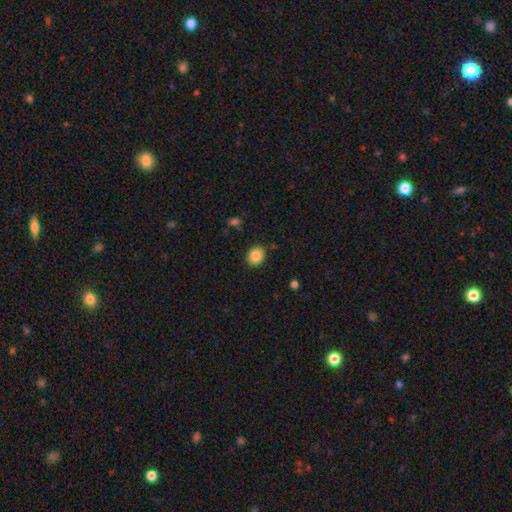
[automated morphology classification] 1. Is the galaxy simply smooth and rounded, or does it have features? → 87% smooth, 9% star or artifact, 5% featured or disk.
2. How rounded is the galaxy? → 66% round, 33% in between, 1% cigar-shaped.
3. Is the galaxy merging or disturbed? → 88% none, 9% minor disturbance, 2% major disturbance, 2% merger.